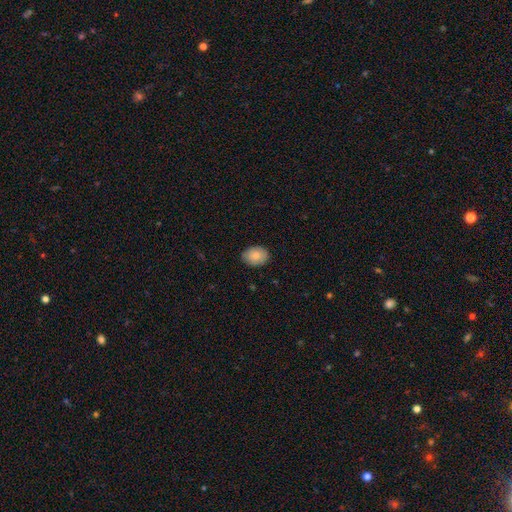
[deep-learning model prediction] smooth-or-featured: smooth: 83% | featured or disk: 10% | star or artifact: 7%
  how-rounded: in between: 67% | round: 32% | cigar-shaped: 1%
  merging: none: 84% | minor disturbance: 13% | major disturbance: 2% | merger: 1%